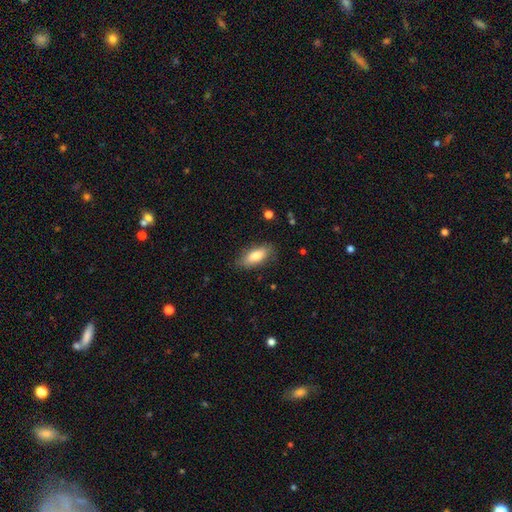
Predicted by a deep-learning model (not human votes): Smooth or featured: smooth — 79% (featured or disk — 14%)
How rounded: in between — 75% (cigar-shaped — 23%)
Merging: none — 82% (minor disturbance — 14%)